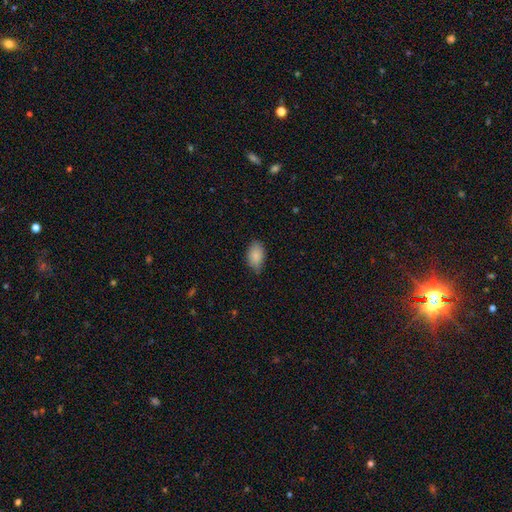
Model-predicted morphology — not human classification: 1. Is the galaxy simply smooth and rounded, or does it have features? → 86% smooth, 7% star or artifact, 7% featured or disk.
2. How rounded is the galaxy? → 90% in between, 8% round, 2% cigar-shaped.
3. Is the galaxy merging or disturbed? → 67% none, 28% minor disturbance, 4% major disturbance, 1% merger.